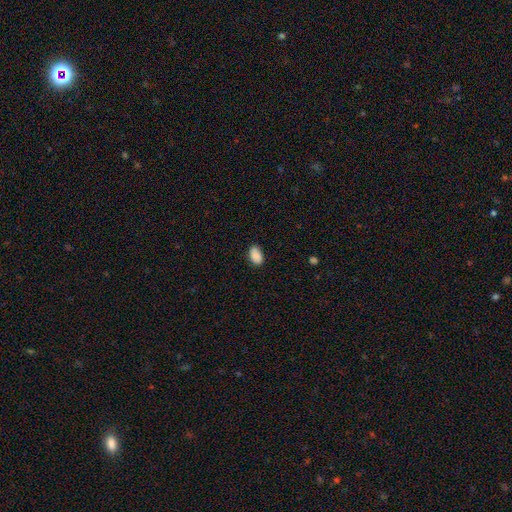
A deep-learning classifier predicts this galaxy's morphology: Overall: smooth (89%). How rounded: in between (90%). Merging: none (83%).